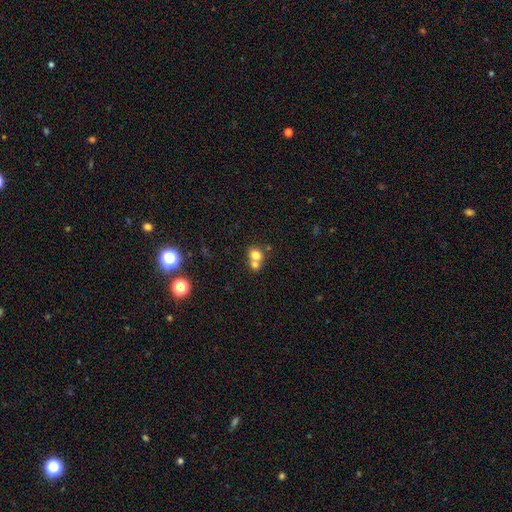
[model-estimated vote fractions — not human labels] Smooth or featured? smooth (74%)
How rounded? round (63%)
Merging? merger (61%)